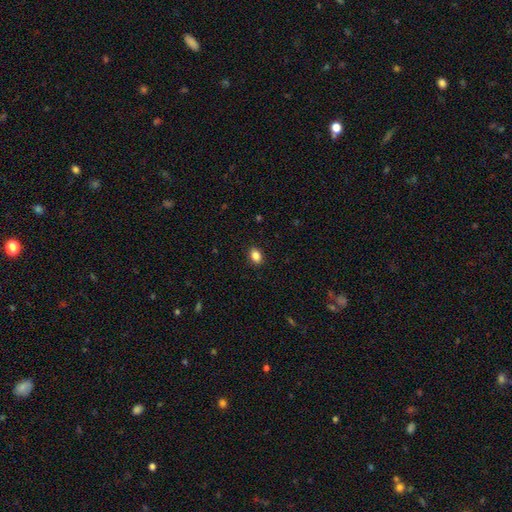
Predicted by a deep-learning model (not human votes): Smooth or featured? smooth (86%)
How rounded? in between (78%)
Merging? none (89%)